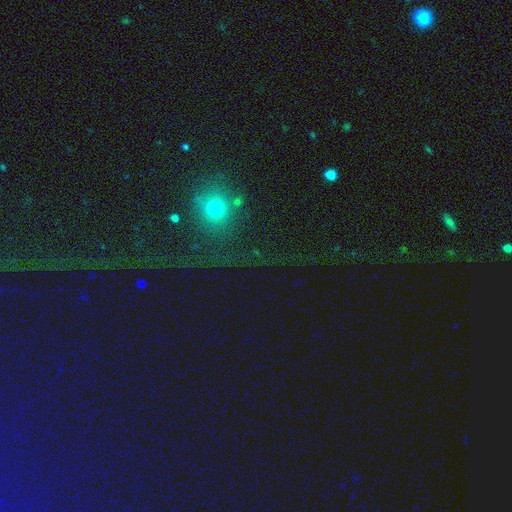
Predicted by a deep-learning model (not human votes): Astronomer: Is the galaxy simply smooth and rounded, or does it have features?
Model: star or artifact — 60%.